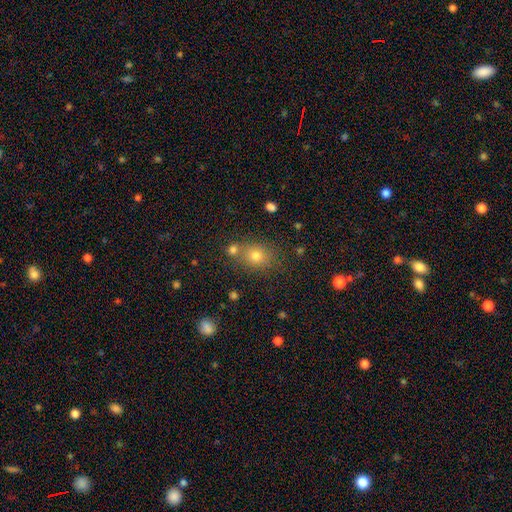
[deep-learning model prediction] This is likely a smooth galaxy (74%). How rounded: likely round (64%). Merging: likely none (69%).